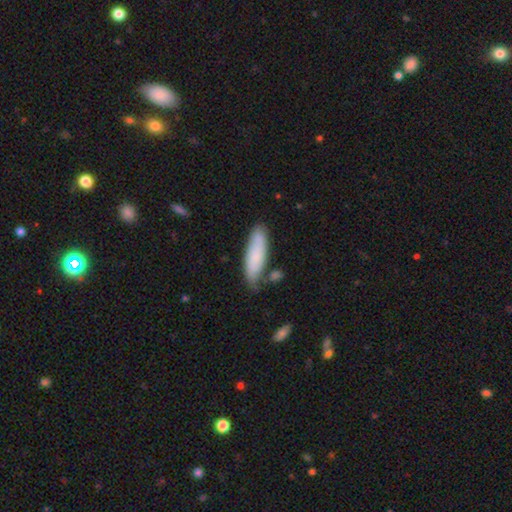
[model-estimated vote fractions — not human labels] smooth_or_featured: smooth (p=0.78) [alt: featured or disk p=0.16]
how_rounded: cigar-shaped (p=0.54) [alt: in between p=0.45]
merging: none (p=0.70) [alt: minor disturbance p=0.20]